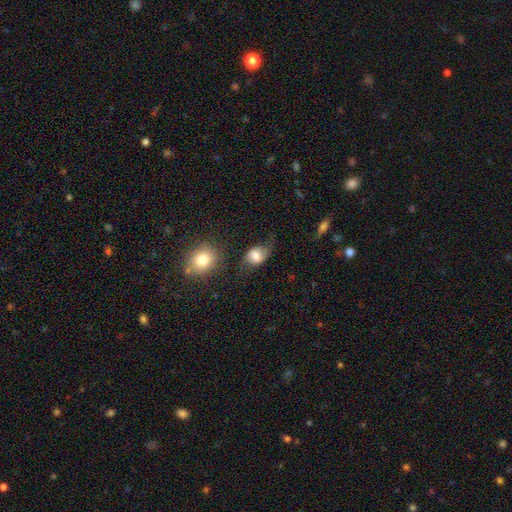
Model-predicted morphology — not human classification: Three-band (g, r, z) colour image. It shows a smooth galaxy with no disk features (64%) that is in between round and cigar-shaped (66%). Merging: none (53%).